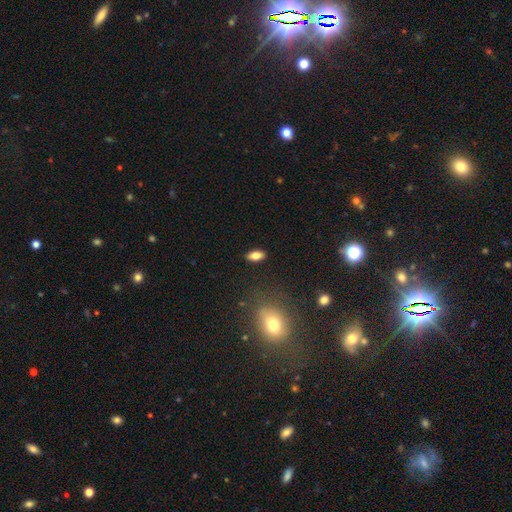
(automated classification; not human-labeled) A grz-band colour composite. It shows a smooth galaxy with no disk features (79%) that is in between round and cigar-shaped (86%). Merging: none (87%).